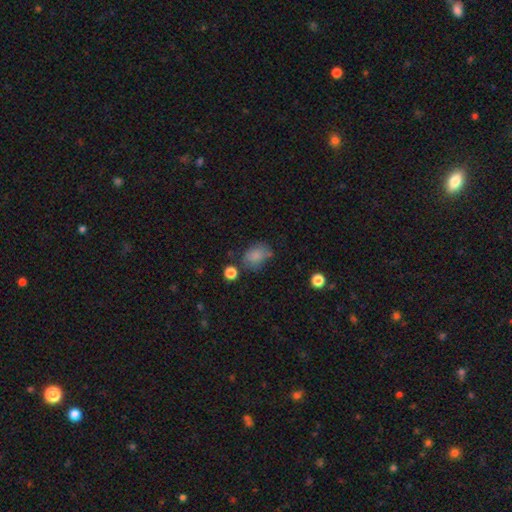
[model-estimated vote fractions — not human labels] A smooth galaxy with no disk features (80%) that is in between round and cigar-shaped (65%).

Vote fractions:
- Smooth or featured? smooth: 80% / star or artifact: 11% / featured or disk: 9%
- How rounded? in between: 65% / round: 33% / cigar-shaped: 1%
- Merging? none: 56% / minor disturbance: 26% / major disturbance: 10% / merger: 8%